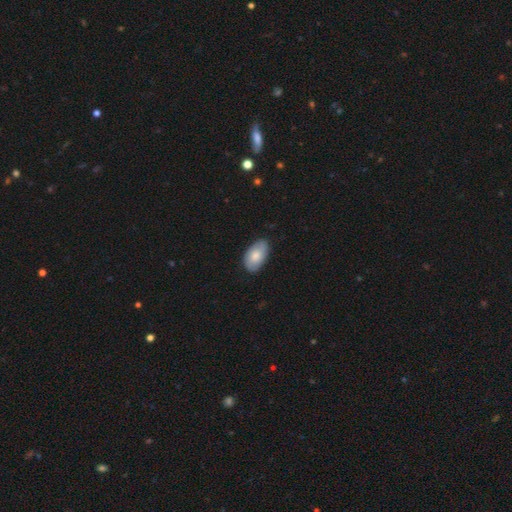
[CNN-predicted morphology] Smooth or featured?
  - smooth: 71% *
  - featured or disk: 23%
  - star or artifact: 6%
How rounded?
  - in between: 94% *
  - round: 4%
  - cigar-shaped: 1%
Merging?
  - none: 79% *
  - minor disturbance: 17%
  - major disturbance: 3%
  - merger: 1%